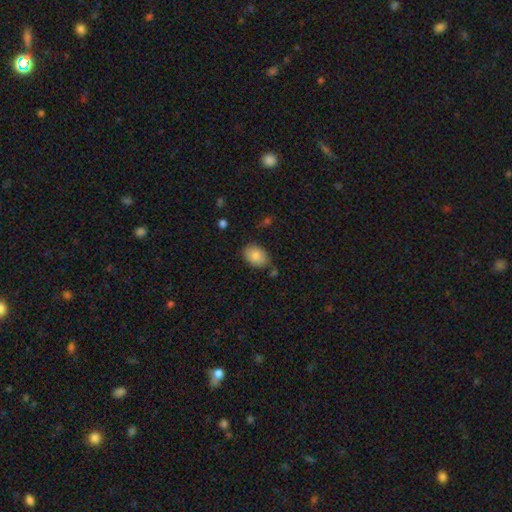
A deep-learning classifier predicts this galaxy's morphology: A smooth galaxy with no disk features (83%) that is in between round and cigar-shaped (82%). Merging: none (75%).